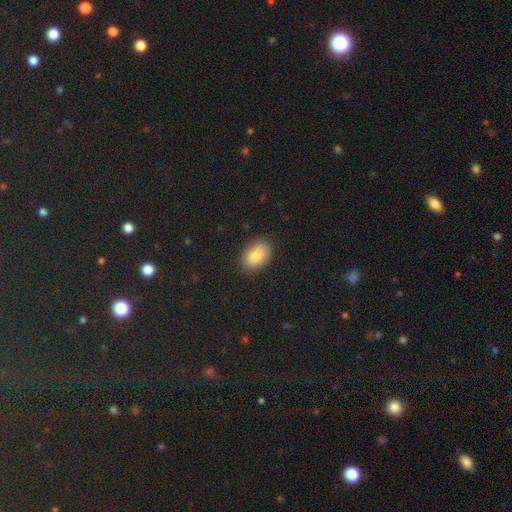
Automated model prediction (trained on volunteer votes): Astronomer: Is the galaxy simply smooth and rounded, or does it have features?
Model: smooth — 78%.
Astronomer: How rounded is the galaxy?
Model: in between — 85%.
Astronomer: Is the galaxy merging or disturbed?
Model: none — 85%.